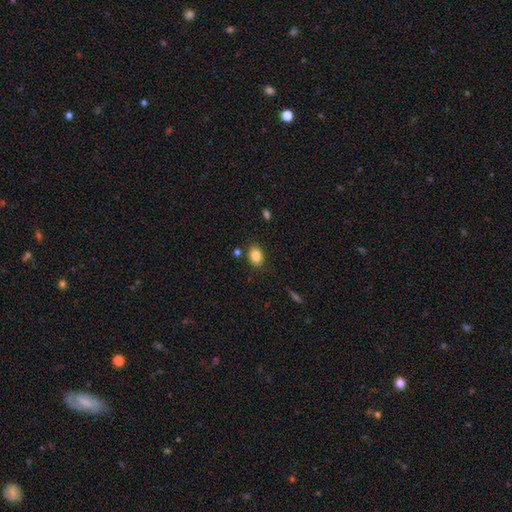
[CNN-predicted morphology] type=smooth (85%); roundness=in between (63%); merging=none (83%).